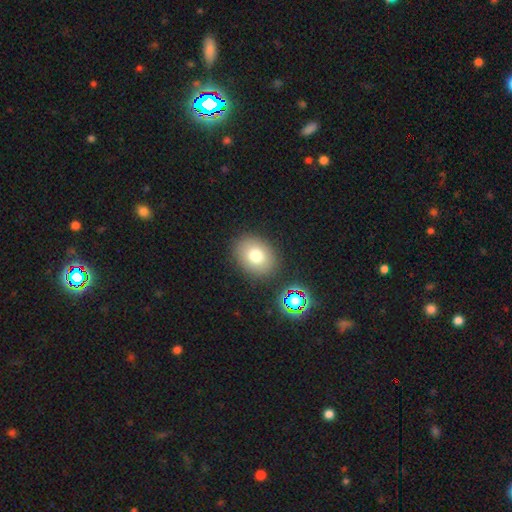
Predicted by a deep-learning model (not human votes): smooth 75%, featured or disk 13%, star or artifact 12%. Down the decision tree: how rounded — in between (52%); merging — none (86%).